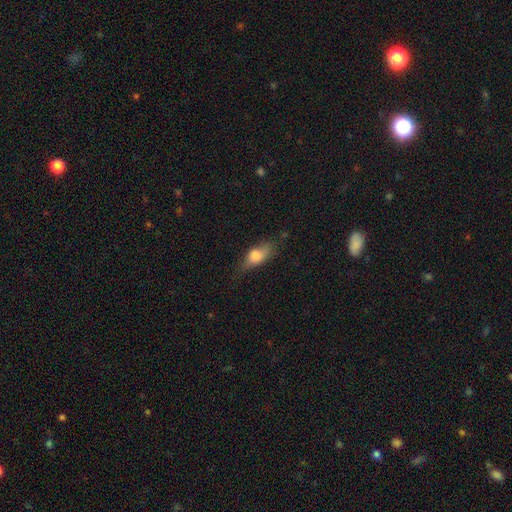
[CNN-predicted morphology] Overall: smooth (72%). How rounded: in between (78%). Merging: none (54%; minor disturbance 32%).